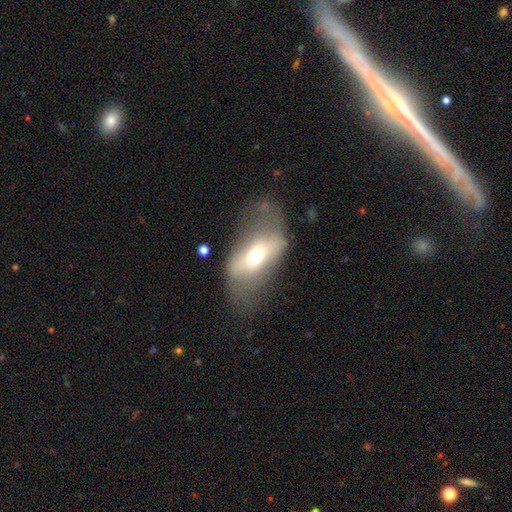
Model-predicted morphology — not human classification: A featured or disk galaxy (48%).

Vote fractions:
- Smooth or featured? featured or disk: 48% / smooth: 44% / star or artifact: 8%
- Merging? none: 41% / major disturbance: 31% / minor disturbance: 25% / merger: 3%